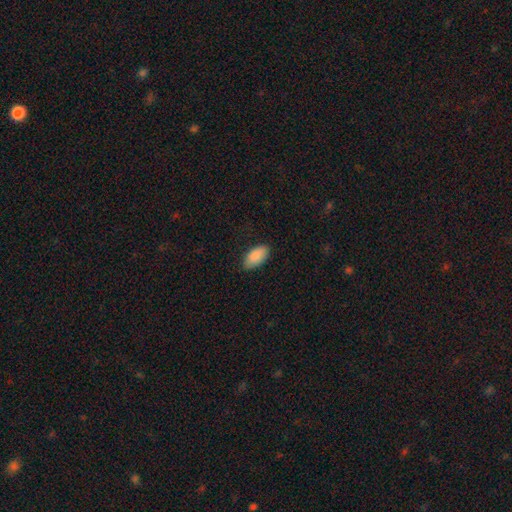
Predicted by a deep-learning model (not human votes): Smooth or featured? smooth (89%)
How rounded? in between (94%)
Merging? none (83%)